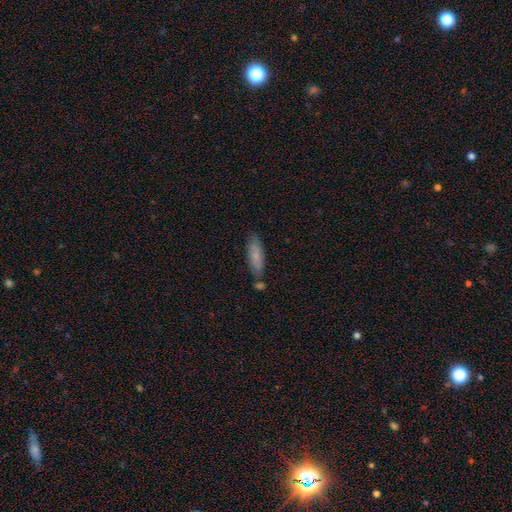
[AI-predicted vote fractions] This is likely a smooth galaxy (72%). How rounded: possibly in between (51%). Merging: likely none (67%).